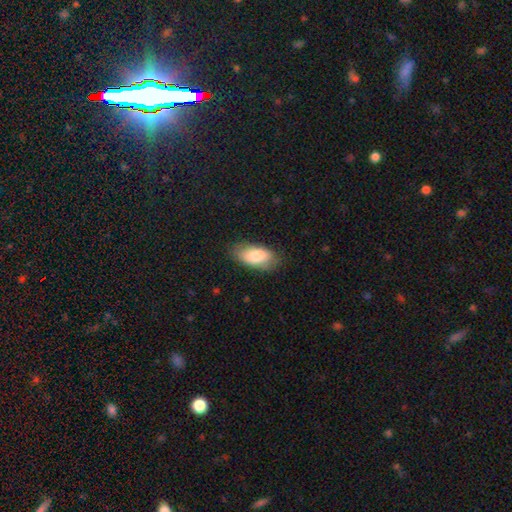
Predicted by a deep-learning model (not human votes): smooth-or-featured: smooth: 81% | featured or disk: 13% | star or artifact: 6%
  how-rounded: in between: 91% | cigar-shaped: 6% | round: 3%
  merging: none: 79% | minor disturbance: 16% | major disturbance: 4% | merger: 1%